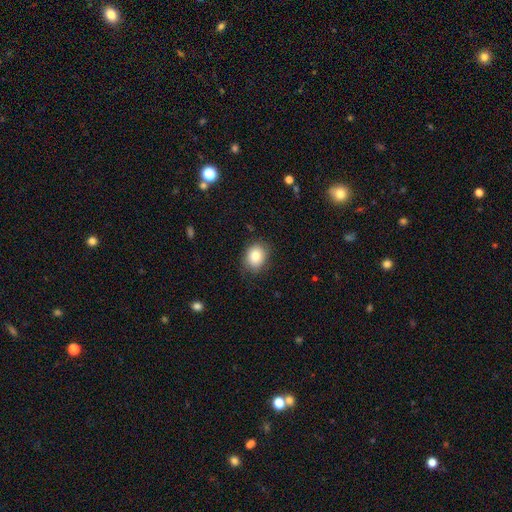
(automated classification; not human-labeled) smooth_or_featured: smooth (p=0.82) [alt: featured or disk p=0.09]
how_rounded: in between (p=0.50) [alt: round p=0.49]
merging: none (p=0.78) [alt: minor disturbance p=0.17]